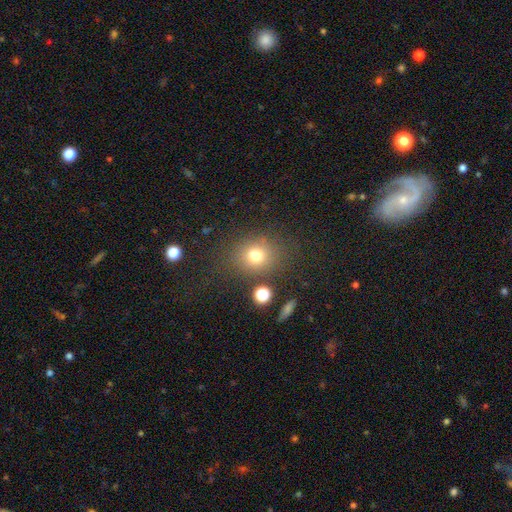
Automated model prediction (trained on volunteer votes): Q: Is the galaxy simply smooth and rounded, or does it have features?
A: smooth — 75%.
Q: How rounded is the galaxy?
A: round — 65%.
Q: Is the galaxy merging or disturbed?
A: none — 75%.